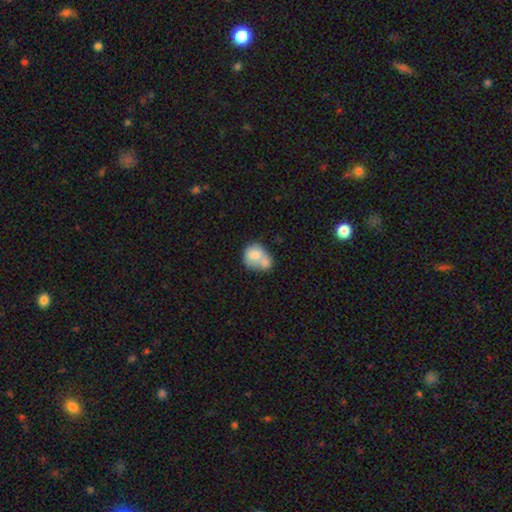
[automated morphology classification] A smooth galaxy with no disk features (73%) that is round (62%). Merging: merger (60%).